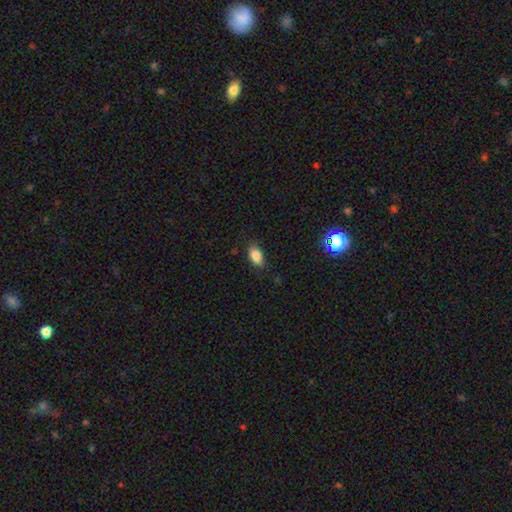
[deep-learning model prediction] Smooth or featured: smooth — 84% (star or artifact — 9%)
How rounded: in between — 90% (round — 7%)
Merging: none — 84% (minor disturbance — 12%)